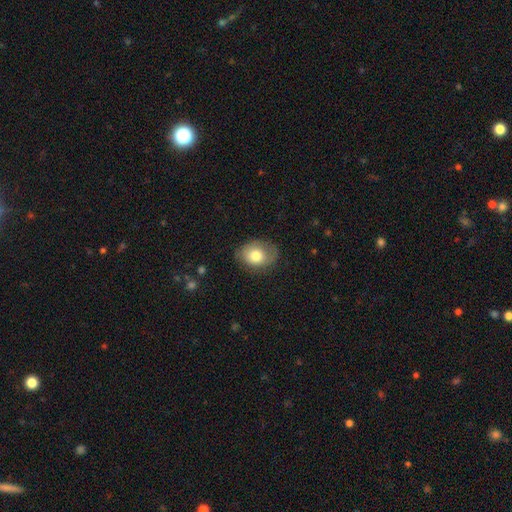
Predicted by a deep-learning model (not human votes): Morphology: type=smooth (76%); roundness=in between (62%); merging=none (67%).